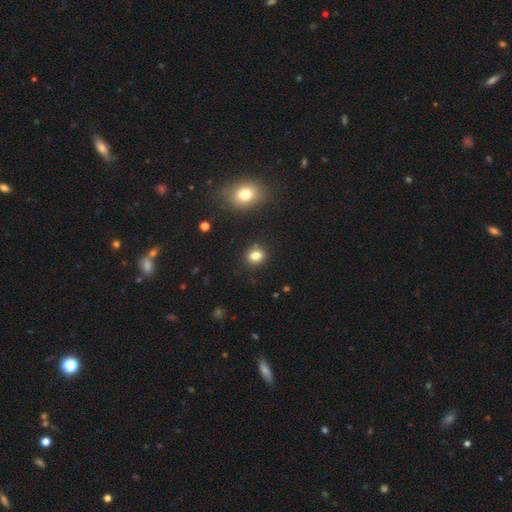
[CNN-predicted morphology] Smooth or featured? Predicted: smooth (p=0.80). How rounded? Predicted: round (p=0.75). Merging? Predicted: none (p=0.85).